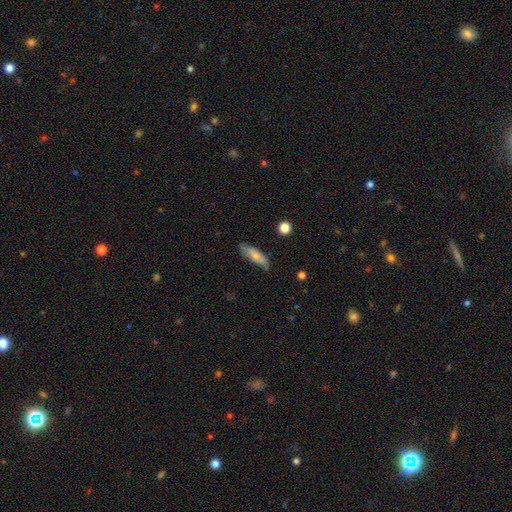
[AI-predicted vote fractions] Smooth or featured? Predicted: smooth (p=0.71). How rounded? Predicted: in between (p=0.50). Merging? Predicted: none (p=0.73).